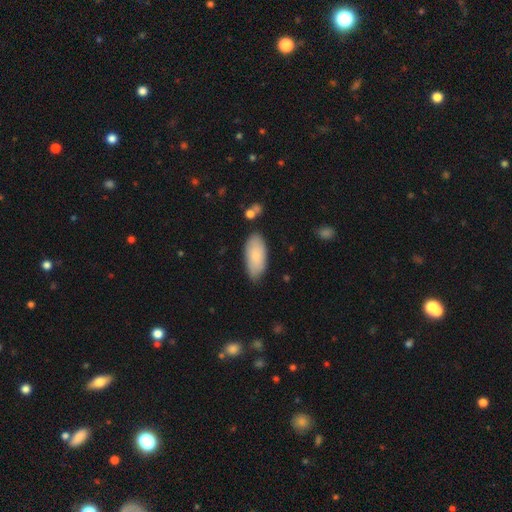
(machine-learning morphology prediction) A smooth galaxy with no disk features (80%) that is in between round and cigar-shaped (88%).

Vote fractions:
- Smooth or featured? smooth: 80% / featured or disk: 15% / star or artifact: 6%
- How rounded? in between: 88% / cigar-shaped: 10% / round: 2%
- Merging? none: 77% / minor disturbance: 17% / major disturbance: 3% / merger: 2%